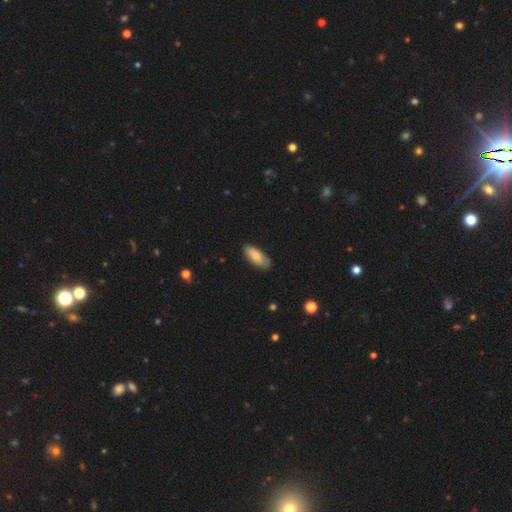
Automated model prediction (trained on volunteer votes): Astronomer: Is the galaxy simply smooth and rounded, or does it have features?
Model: smooth — 65%.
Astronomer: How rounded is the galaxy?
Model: in between — 85%.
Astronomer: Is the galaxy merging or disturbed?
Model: none — 73%.